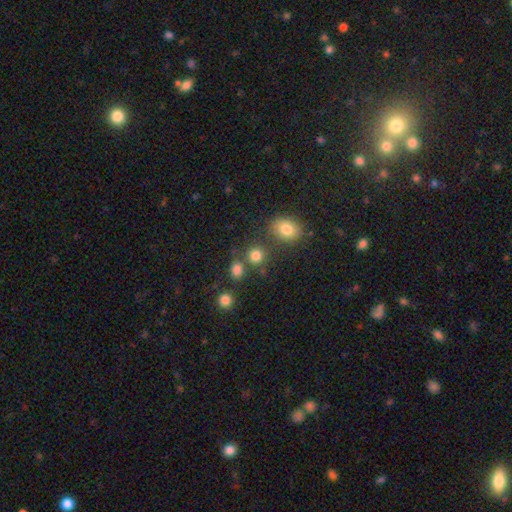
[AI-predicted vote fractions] The model was most divided on "merging": none: 72%, merger: 15%, minor disturbance: 9%, major disturbance: 4%. More confident: how rounded — round (84%); smooth or featured — smooth (80%).